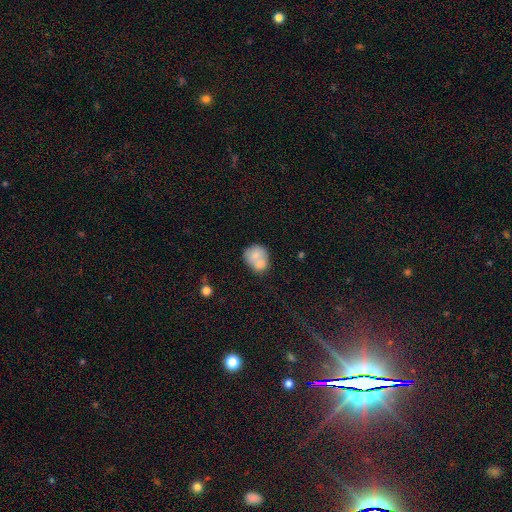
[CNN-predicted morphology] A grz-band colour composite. It shows a smooth galaxy with no disk features (73%) that is round (67%). Merging: merger (54%).